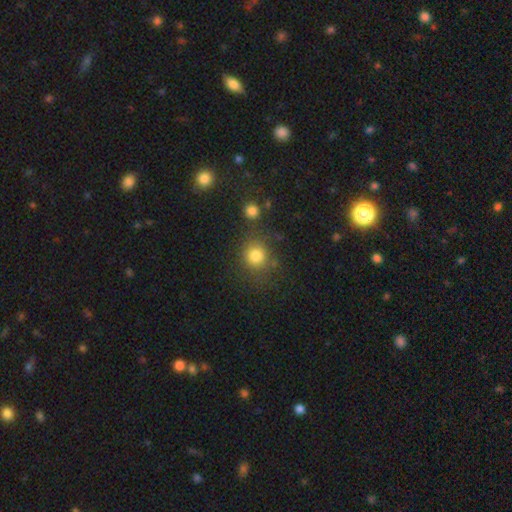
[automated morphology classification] Smooth or featured?
  - smooth: 80% *
  - star or artifact: 13%
  - featured or disk: 7%
How rounded?
  - round: 87% *
  - in between: 12%
  - cigar-shaped: 1%
Merging?
  - none: 73% *
  - minor disturbance: 12%
  - merger: 9%
  - major disturbance: 6%